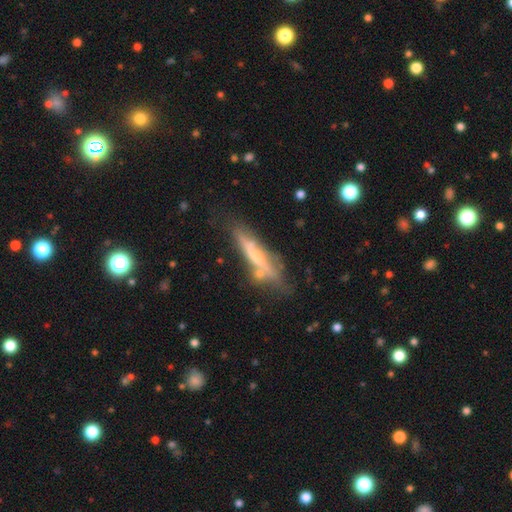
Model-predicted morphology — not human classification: smooth_or_featured: featured or disk (p=0.59) [alt: smooth p=0.34]
disk_edge_on: yes (p=0.75) [alt: no p=0.25]
merging: none (p=0.59) [alt: minor disturbance p=0.22]